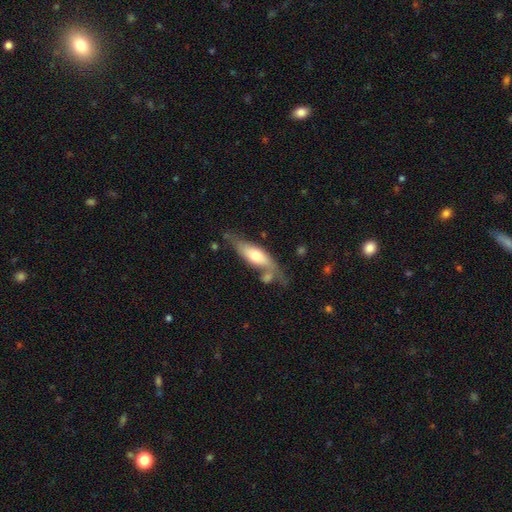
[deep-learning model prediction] smooth 54%, featured or disk 40%, star or artifact 6%. Down the decision tree: how rounded — in between (59%); merging — none (47%).